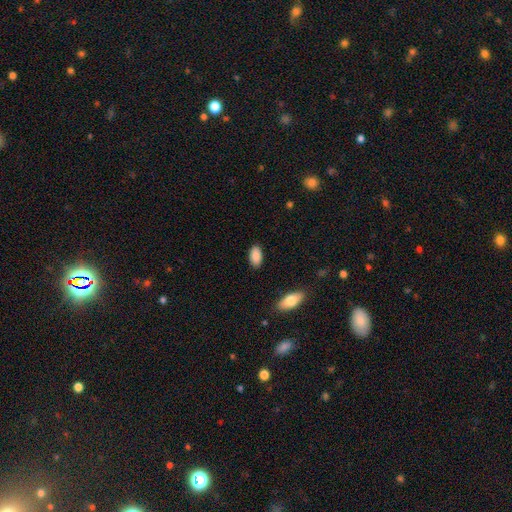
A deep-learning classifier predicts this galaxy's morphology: type=smooth (89%); roundness=in between (94%); merging=none (86%).